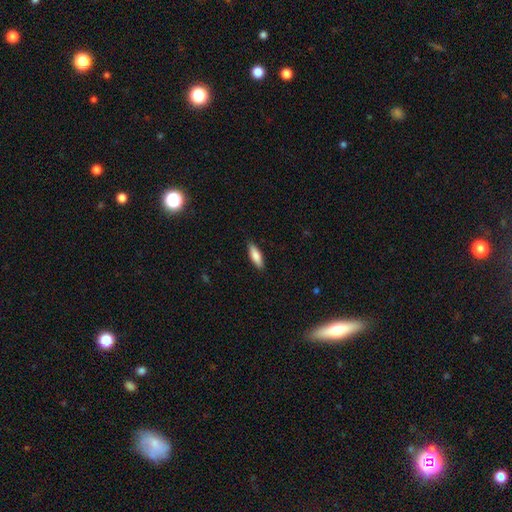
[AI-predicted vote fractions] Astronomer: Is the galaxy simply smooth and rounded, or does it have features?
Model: smooth — 81%.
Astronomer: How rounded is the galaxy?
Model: cigar-shaped — 53% (runner-up: in between, 45%).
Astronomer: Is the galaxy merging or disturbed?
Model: none — 88%.